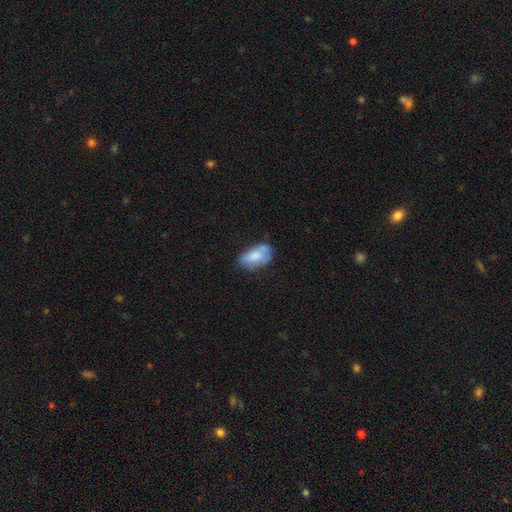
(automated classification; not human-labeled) Q: Smooth or featured?
A: smooth (74%); runner-up: featured or disk (19%)
Q: How rounded?
A: in between (92%); runner-up: round (5%)
Q: Merging?
A: none (48%); runner-up: minor disturbance (34%)